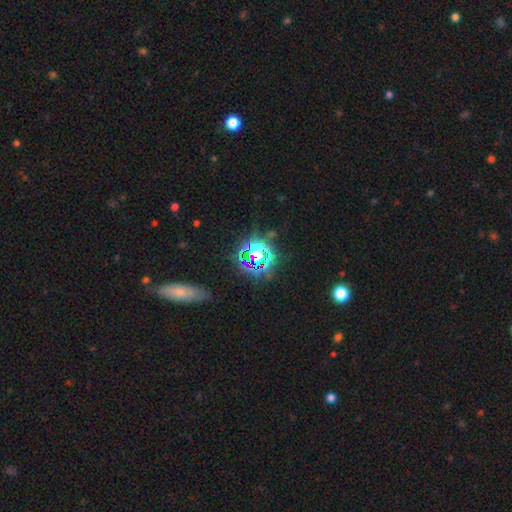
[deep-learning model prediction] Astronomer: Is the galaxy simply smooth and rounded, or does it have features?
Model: star or artifact — 74%.